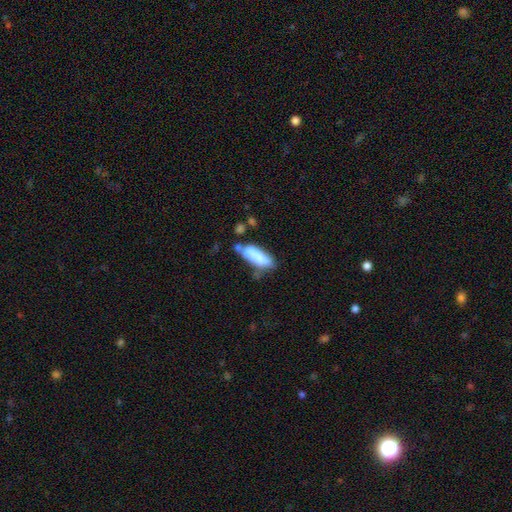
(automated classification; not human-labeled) Q: Smooth or featured?
A: smooth (73%); runner-up: featured or disk (19%)
Q: How rounded?
A: in between (63%); runner-up: cigar-shaped (35%)
Q: Merging?
A: none (38%); runner-up: minor disturbance (26%)